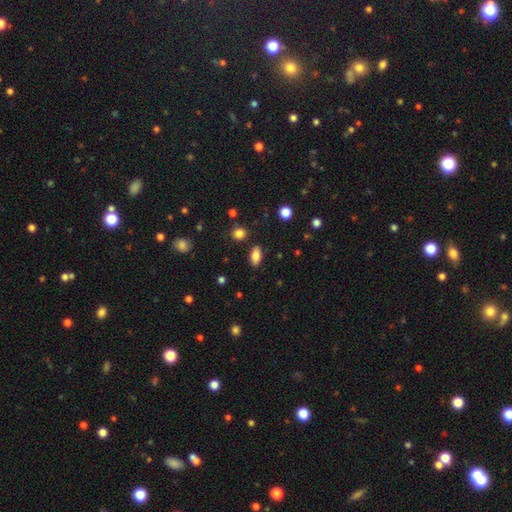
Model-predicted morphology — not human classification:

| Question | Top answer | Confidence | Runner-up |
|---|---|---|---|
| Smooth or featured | smooth | 83% | featured or disk (9%) |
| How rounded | in between | 88% | cigar-shaped (8%) |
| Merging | none | 86% | minor disturbance (9%) |